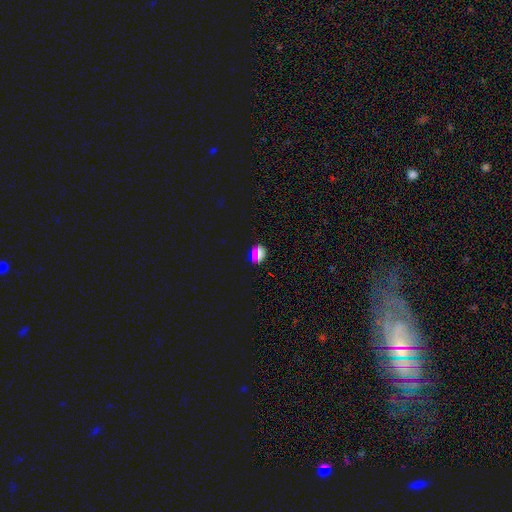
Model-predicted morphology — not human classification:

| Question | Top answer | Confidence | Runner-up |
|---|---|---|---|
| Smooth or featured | smooth | 51% | star or artifact (41%) |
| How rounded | round | 60% | in between (34%) |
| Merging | none | 86% | minor disturbance (9%) |